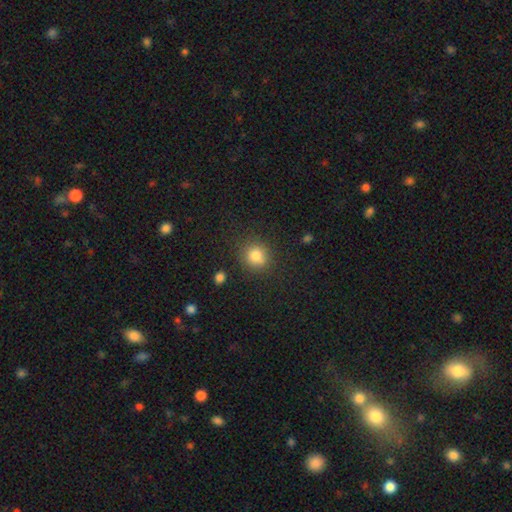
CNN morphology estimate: Smooth or featured? Predicted: smooth (p=0.82). How rounded? Predicted: round (p=0.85). Merging? Predicted: none (p=0.82).